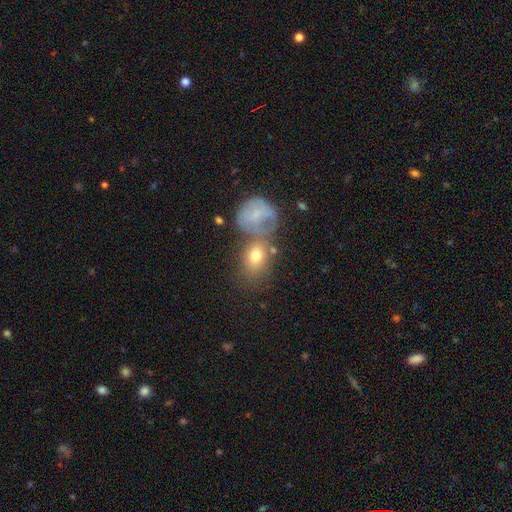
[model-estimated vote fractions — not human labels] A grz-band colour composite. It shows a smooth galaxy with no disk features (67%) that is in between round and cigar-shaped (63%). Merging: none (40%).